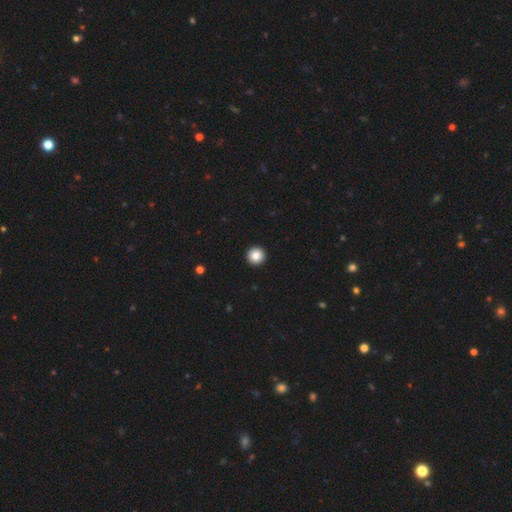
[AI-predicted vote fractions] Q: Smooth or featured?
A: smooth (85%); runner-up: star or artifact (9%)
Q: How rounded?
A: round (96%); runner-up: in between (3%)
Q: Merging?
A: none (95%); runner-up: minor disturbance (3%)